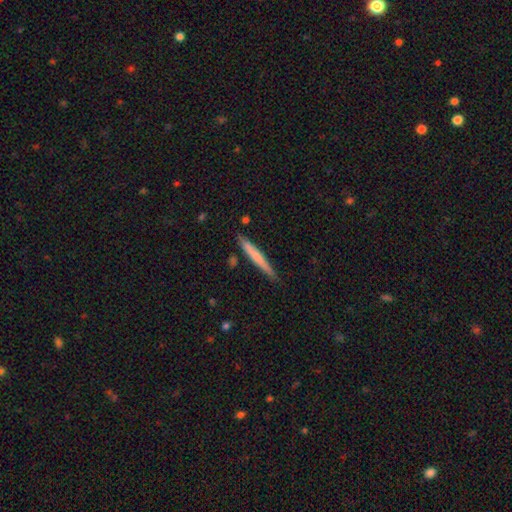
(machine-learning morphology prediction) Smooth or featured: smooth — 61% (featured or disk — 33%)
How rounded: cigar-shaped — 96% (in between — 2%)
Merging: none — 86% (minor disturbance — 10%)